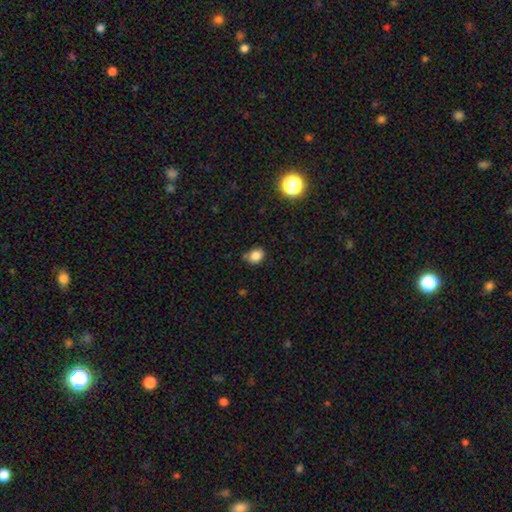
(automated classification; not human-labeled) Q: Smooth or featured?
A: smooth (83%); runner-up: star or artifact (12%)
Q: How rounded?
A: in between (50%); runner-up: round (49%)
Q: Merging?
A: none (65%); runner-up: minor disturbance (23%)